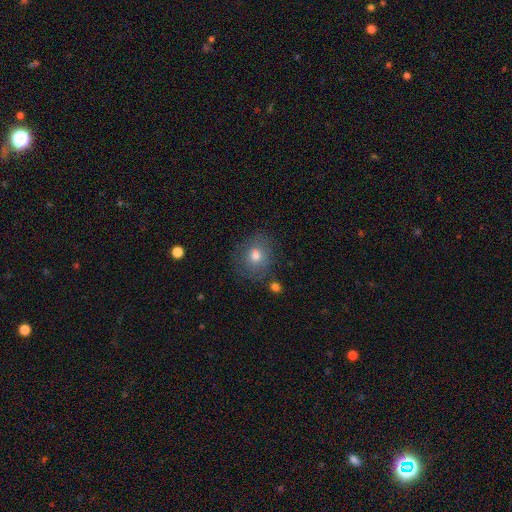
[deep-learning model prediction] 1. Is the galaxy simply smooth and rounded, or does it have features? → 73% smooth, 16% featured or disk, 11% star or artifact.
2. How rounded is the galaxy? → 72% round, 27% in between, 1% cigar-shaped.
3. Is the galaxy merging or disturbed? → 76% none, 15% minor disturbance, 6% major disturbance, 3% merger.